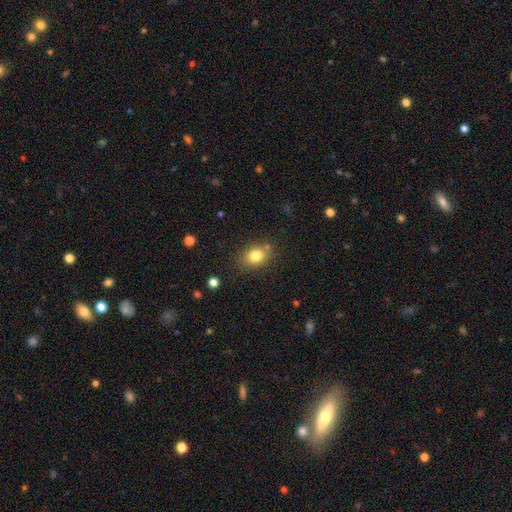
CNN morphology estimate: smooth 80%, star or artifact 10%, featured or disk 9%. Down the decision tree: how rounded — in between (64%); merging — none (78%).